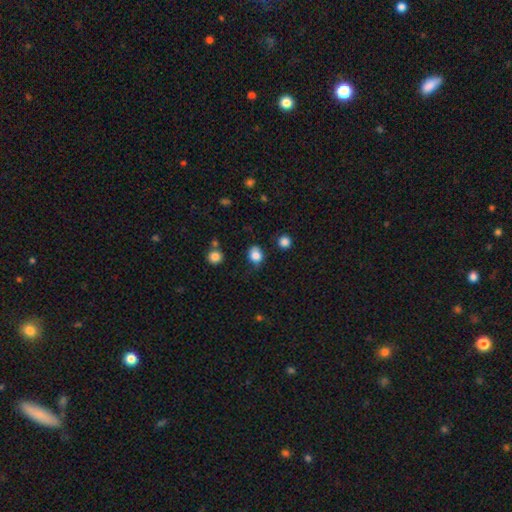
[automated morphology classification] This is clearly a smooth galaxy (84%). How rounded: possibly round (57%). Merging: likely none (67%).